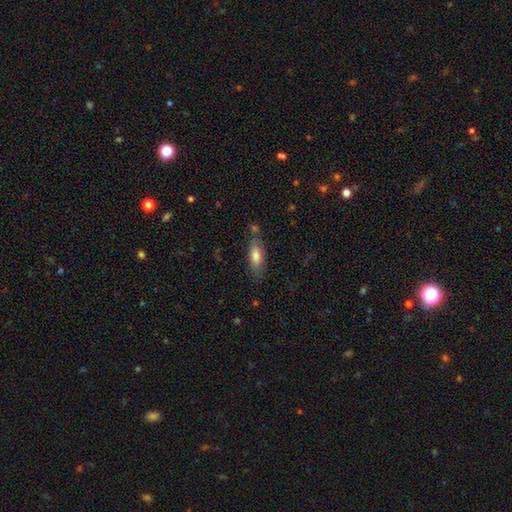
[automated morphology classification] Smooth or featured: smooth — 74% (featured or disk — 19%)
How rounded: in between — 68% (cigar-shaped — 30%)
Merging: none — 71% (minor disturbance — 18%)